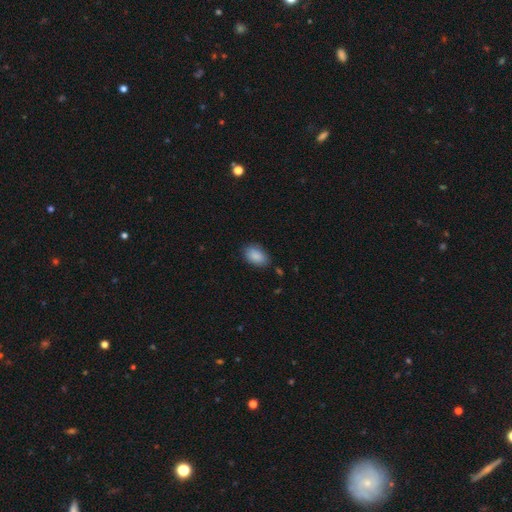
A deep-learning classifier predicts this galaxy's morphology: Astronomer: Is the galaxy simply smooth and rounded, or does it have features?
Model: smooth — 88%.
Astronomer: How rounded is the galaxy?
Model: in between — 89%.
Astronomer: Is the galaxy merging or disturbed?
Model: none — 79%.